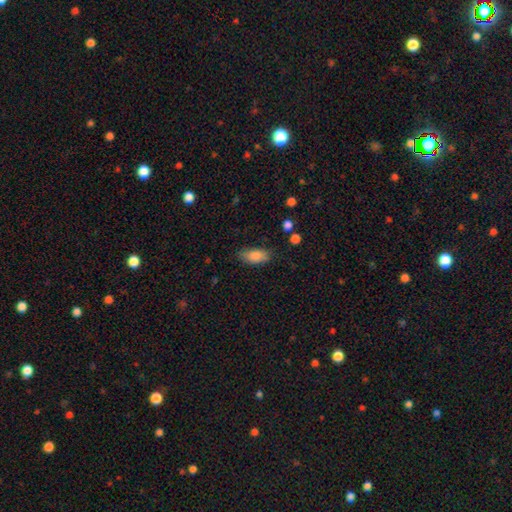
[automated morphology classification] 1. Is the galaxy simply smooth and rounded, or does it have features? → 86% smooth, 7% star or artifact, 7% featured or disk.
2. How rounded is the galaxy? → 88% in between, 9% cigar-shaped, 3% round.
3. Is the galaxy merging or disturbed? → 80% none, 15% minor disturbance, 4% major disturbance, 2% merger.